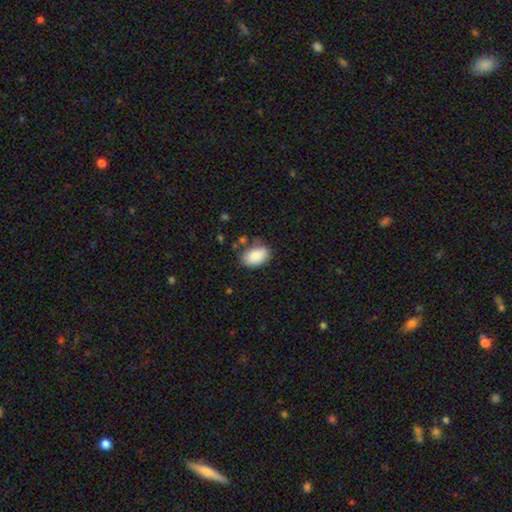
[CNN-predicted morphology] Smooth or featured?
  - smooth: 87% *
  - star or artifact: 7%
  - featured or disk: 6%
How rounded?
  - in between: 88% *
  - round: 11%
  - cigar-shaped: 1%
Merging?
  - none: 73% *
  - minor disturbance: 18%
  - major disturbance: 4%
  - merger: 4%